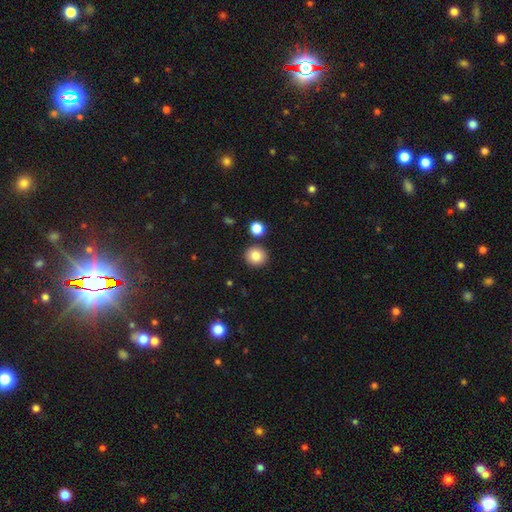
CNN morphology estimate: Smooth or featured?
  - smooth: 84% *
  - star or artifact: 10%
  - featured or disk: 6%
How rounded?
  - round: 91% *
  - in between: 8%
  - cigar-shaped: 1%
Merging?
  - none: 87% *
  - minor disturbance: 6%
  - merger: 5%
  - major disturbance: 2%